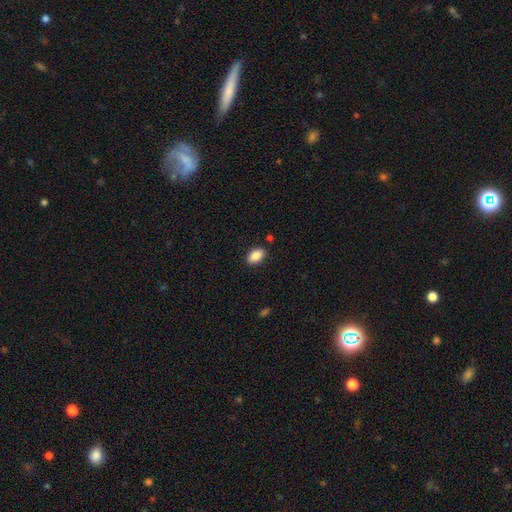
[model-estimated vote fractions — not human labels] The model was most divided on "merging": none: 87%, minor disturbance: 9%, major disturbance: 2%, merger: 2%. More confident: how rounded — in between (92%); smooth or featured — smooth (88%).